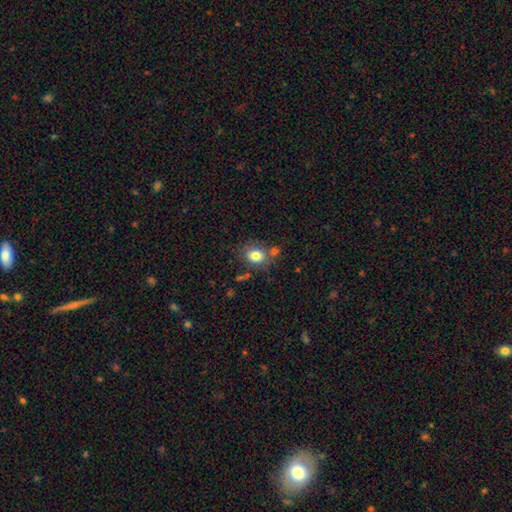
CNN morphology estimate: Q: Smooth or featured?
A: smooth (80%); runner-up: featured or disk (10%)
Q: How rounded?
A: round (58%); runner-up: in between (41%)
Q: Merging?
A: none (65%); runner-up: minor disturbance (15%)